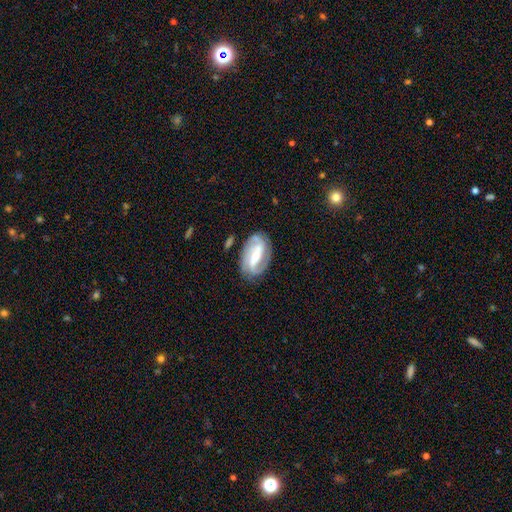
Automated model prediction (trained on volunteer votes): Smooth or featured? Predicted: featured or disk (p=0.84). Edge-on disk? Predicted: no (p=0.95). Bar? Predicted: strong (p=0.51). Spiral arms? Predicted: yes (p=0.94). Spiral winding? Predicted: medium (p=0.43). Spiral arm count? Predicted: 2 (p=0.74). Bulge size? Predicted: moderate (p=0.48). Merging? Predicted: none (p=0.77).